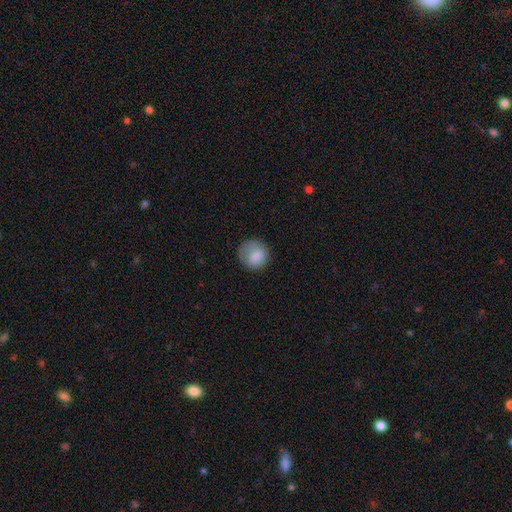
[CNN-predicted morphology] The model was most divided on "merging": none: 68%, minor disturbance: 20%, major disturbance: 10%, merger: 1%. More confident: how rounded — round (85%); smooth or featured — smooth (82%).